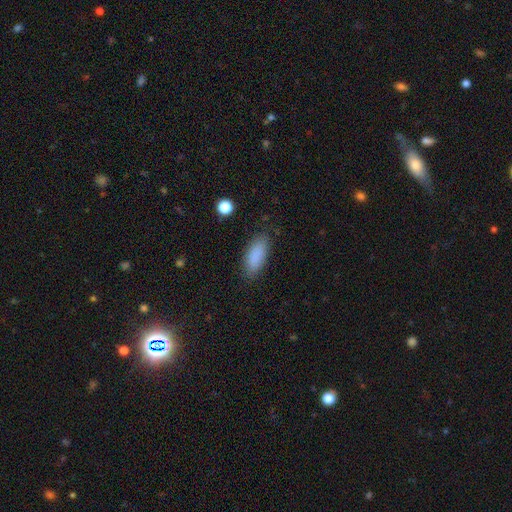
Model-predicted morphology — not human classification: The model was most divided on "how rounded": in between: 76%, cigar-shaped: 22%, round: 2%. More confident: smooth or featured — smooth (87%); merging — none (85%).